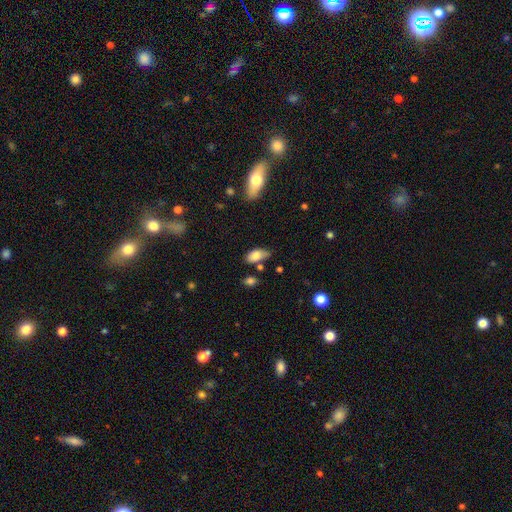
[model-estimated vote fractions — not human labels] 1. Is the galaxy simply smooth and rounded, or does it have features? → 79% smooth, 13% featured or disk, 8% star or artifact.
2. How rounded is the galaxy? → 91% in between, 5% cigar-shaped, 4% round.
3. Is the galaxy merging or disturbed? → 54% none, 30% minor disturbance, 9% merger, 7% major disturbance.